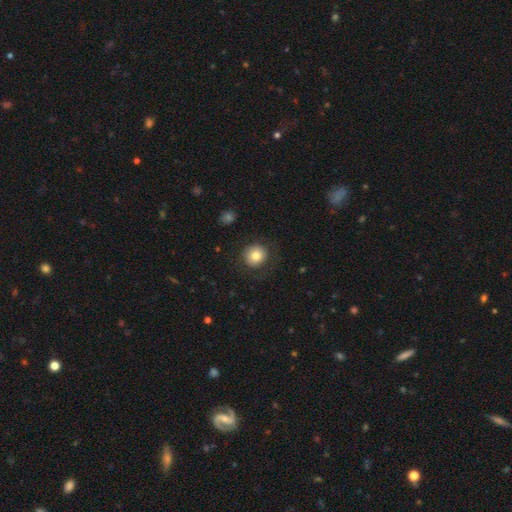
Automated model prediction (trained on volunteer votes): Smooth or featured? Predicted: smooth (p=0.80). How rounded? Predicted: round (p=0.89). Merging? Predicted: none (p=0.79).